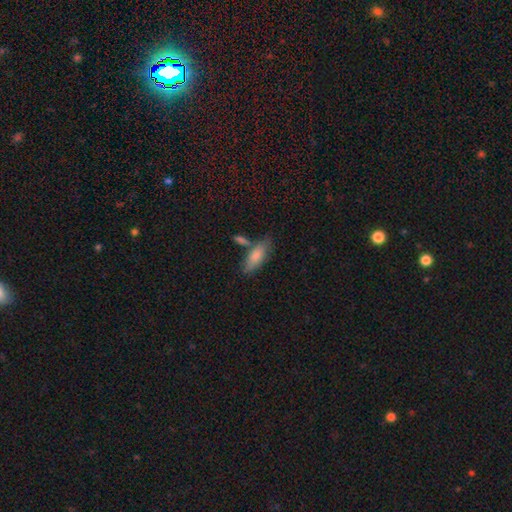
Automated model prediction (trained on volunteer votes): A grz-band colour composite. It shows a smooth galaxy with no disk features (81%) that is in between round and cigar-shaped (74%). Merging: none (59%).